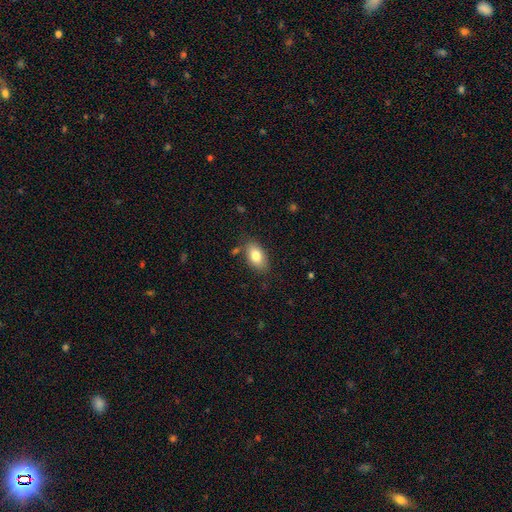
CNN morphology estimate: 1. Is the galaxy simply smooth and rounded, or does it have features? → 80% smooth, 12% featured or disk, 7% star or artifact.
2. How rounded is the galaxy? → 91% in between, 6% round, 3% cigar-shaped.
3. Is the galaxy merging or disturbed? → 79% none, 14% minor disturbance, 3% major disturbance, 3% merger.